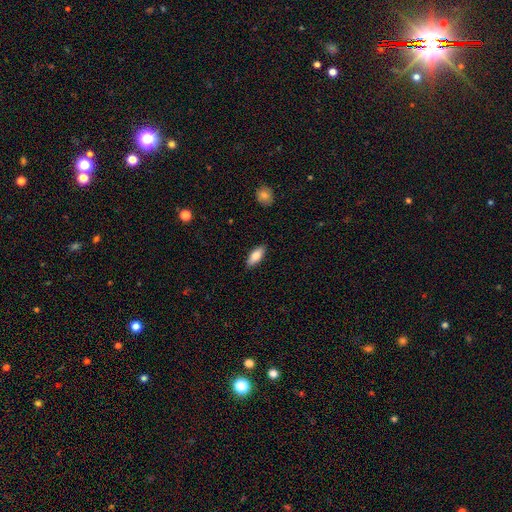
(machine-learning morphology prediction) A smooth galaxy with no disk features (80%) that is in between round and cigar-shaped (79%). Merging: none (88%).